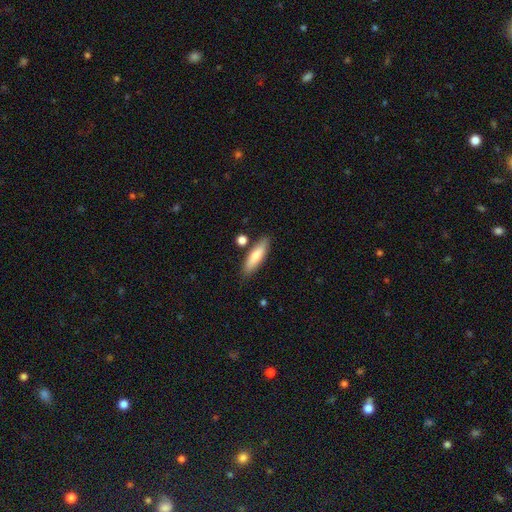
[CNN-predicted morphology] smooth-or-featured: smooth: 73% | featured or disk: 21% | star or artifact: 6%
  how-rounded: cigar-shaped: 65% | in between: 33% | round: 2%
  merging: none: 80% | minor disturbance: 12% | merger: 6% | major disturbance: 2%